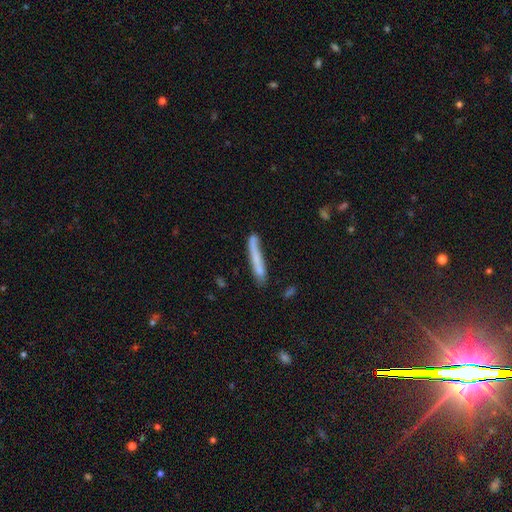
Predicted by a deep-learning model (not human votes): Morphology: type=smooth (64%); roundness=cigar-shaped (95%); merging=none (64%).